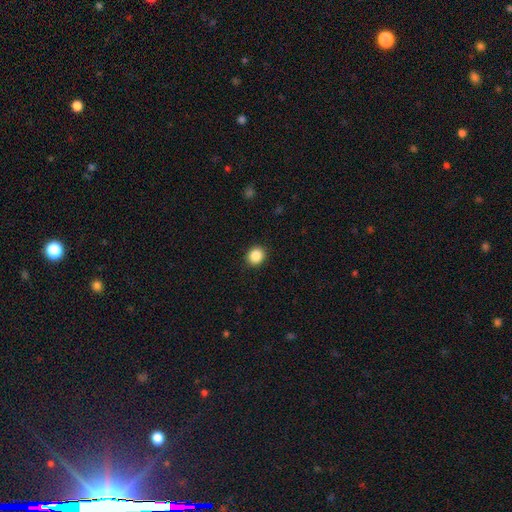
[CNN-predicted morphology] Smooth or featured? smooth (88%)
How rounded? round (80%)
Merging? none (91%)